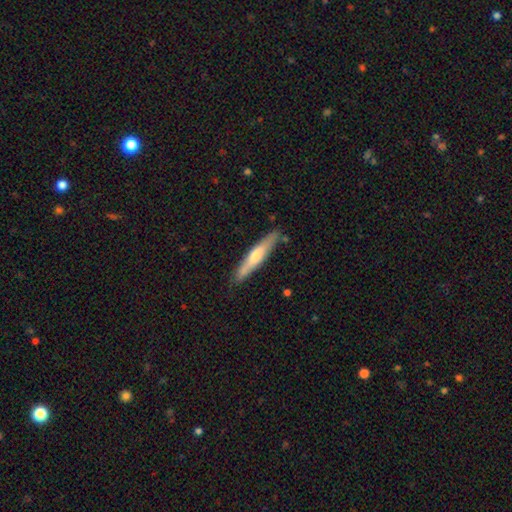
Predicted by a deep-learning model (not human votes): This appears to be a smooth galaxy with no disk features (52%) that is cigar-shaped (91%). Merging: none (84%).